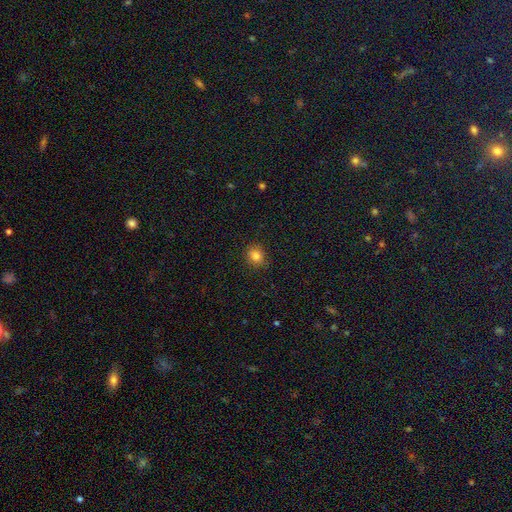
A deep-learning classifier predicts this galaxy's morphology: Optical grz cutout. It shows a smooth galaxy with no disk features (84%) that is round (72%). Merging: none (87%).